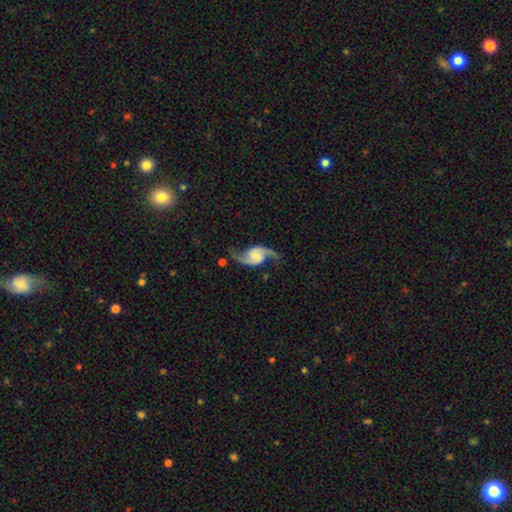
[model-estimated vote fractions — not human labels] Overall: featured or disk (89%). Edge-on disk: no (98%). Bar: no (55%; weak 34%). Spiral arms: yes (97%). Spiral arm count: 2 (94%). Spiral winding: loose (75%). Bulge size: none (45%; small 22%). Merging: none (75%).